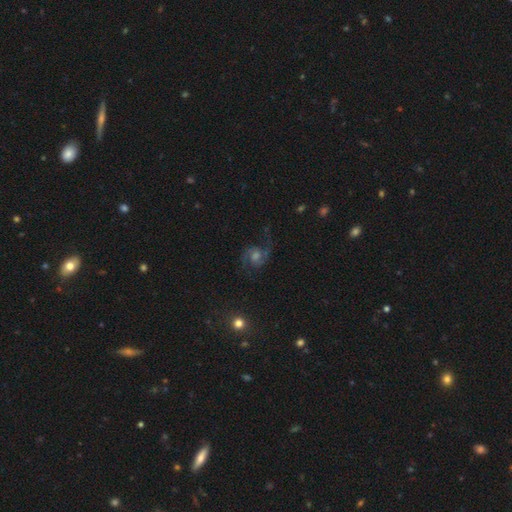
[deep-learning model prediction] The model was most divided on "bar": no: 57%, weak: 36%, strong: 7%. More confident: edge-on disk — no (98%); spiral arms — yes (97%); spiral arm count — 2 (91%); smooth or featured — featured or disk (80%); merging — none (74%); spiral winding — medium (56%); bulge size — moderate (54%).